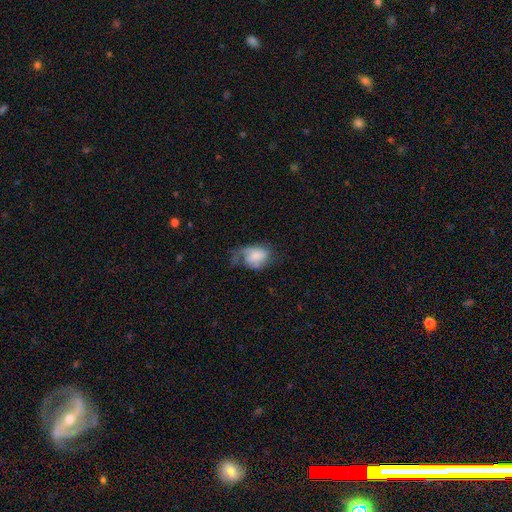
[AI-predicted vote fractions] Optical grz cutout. It shows a smooth galaxy with no disk features (52%) that is in between round and cigar-shaped (76%). Merging: major disturbance (42%).